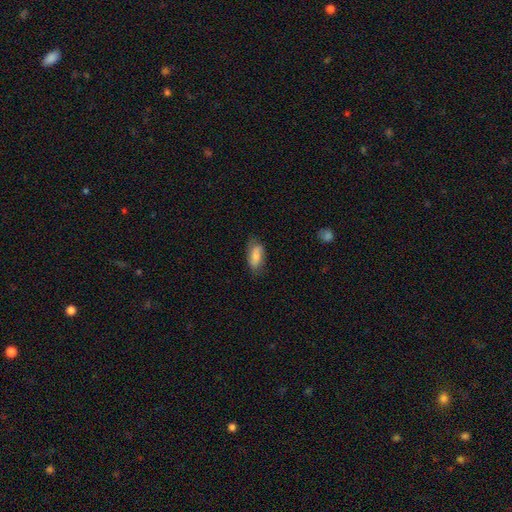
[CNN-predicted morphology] Smooth or featured: smooth — 75% (featured or disk — 19%)
How rounded: in between — 85% (cigar-shaped — 12%)
Merging: none — 72% (minor disturbance — 21%)